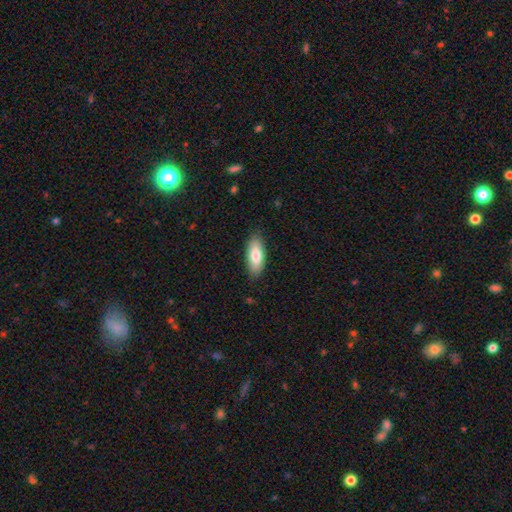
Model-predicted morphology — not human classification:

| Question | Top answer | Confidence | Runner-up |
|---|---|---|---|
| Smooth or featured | smooth | 81% | featured or disk (13%) |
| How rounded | in between | 77% | cigar-shaped (21%) |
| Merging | none | 86% | minor disturbance (11%) |